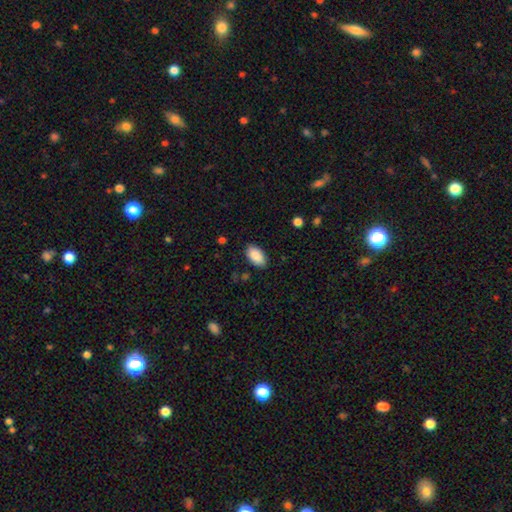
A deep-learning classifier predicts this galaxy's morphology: This is clearly a smooth galaxy (90%). How rounded: clearly in between (95%). Merging: clearly none (86%).